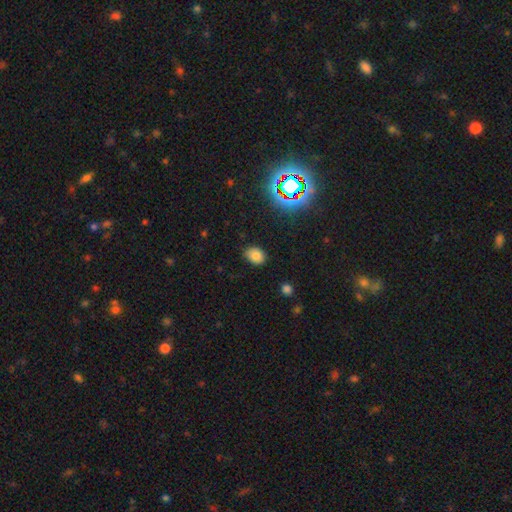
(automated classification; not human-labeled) This is likely a smooth galaxy (77%). How rounded: likely in between (62%). Merging: likely none (80%).